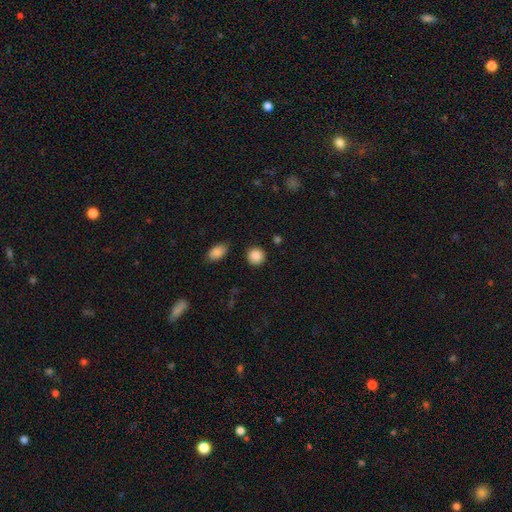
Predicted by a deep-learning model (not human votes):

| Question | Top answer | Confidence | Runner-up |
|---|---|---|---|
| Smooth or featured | smooth | 88% | star or artifact (9%) |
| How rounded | round | 89% | in between (10%) |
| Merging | none | 86% | minor disturbance (9%) |